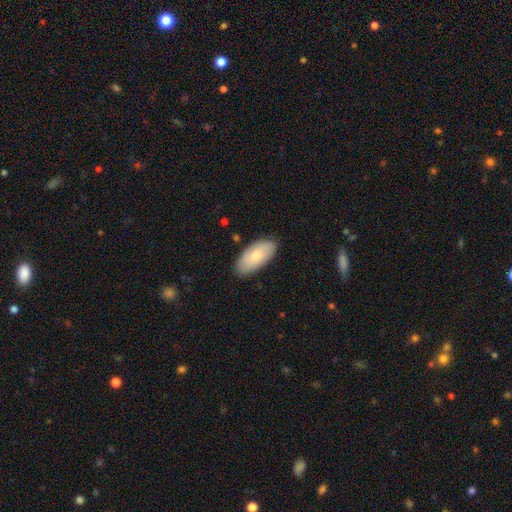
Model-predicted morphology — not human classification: This appears to be a smooth galaxy with no disk features (71%) that is in between round and cigar-shaped (93%). Merging: none (83%).